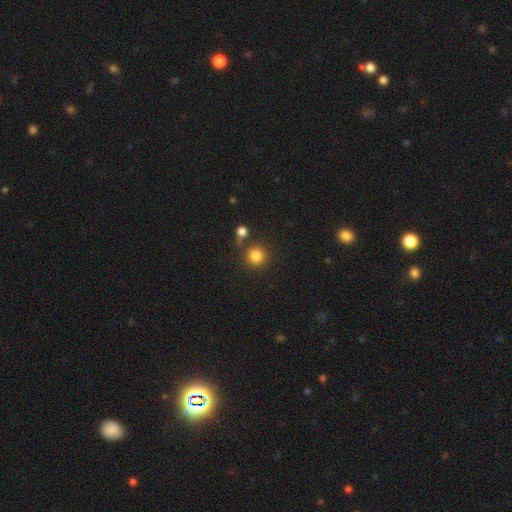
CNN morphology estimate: smooth_or_featured: smooth (p=0.83) [alt: star or artifact p=0.12]
how_rounded: round (p=0.93) [alt: in between p=0.06]
merging: none (p=0.75) [alt: merger p=0.13]